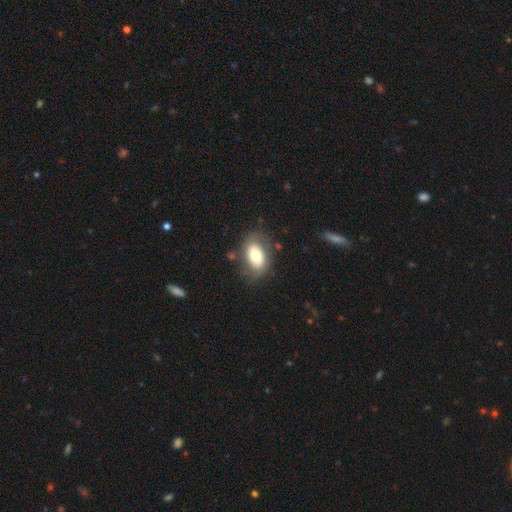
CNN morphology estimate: The model was most divided on "smooth or featured": smooth: 65%, featured or disk: 27%, star or artifact: 7%. More confident: how rounded — in between (87%); merging — none (71%).